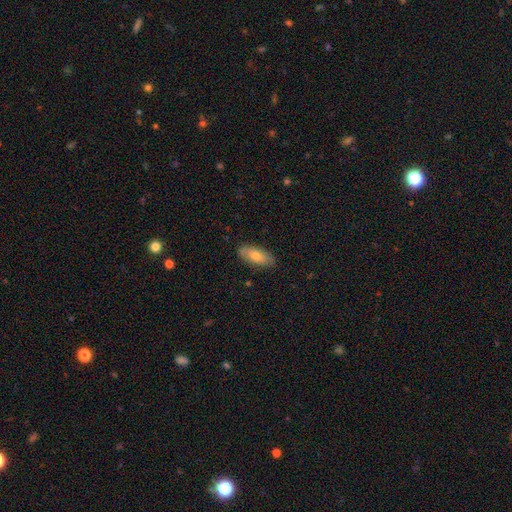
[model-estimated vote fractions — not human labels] smooth_or_featured: smooth (p=0.67) [alt: featured or disk p=0.27]
how_rounded: in between (p=0.81) [alt: cigar-shaped p=0.16]
merging: none (p=0.85) [alt: minor disturbance p=0.12]